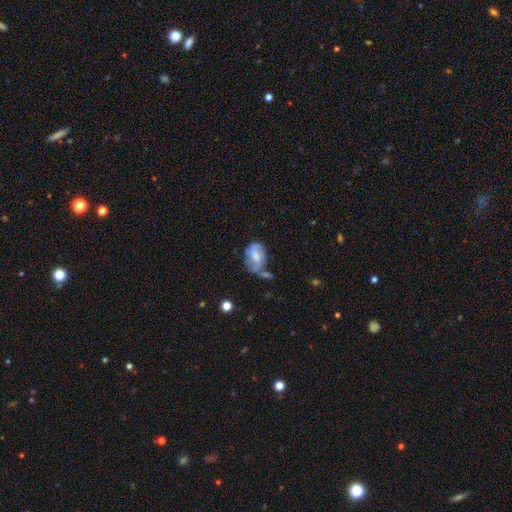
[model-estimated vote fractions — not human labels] Smooth or featured? smooth (48%)
Merging? none (33%)